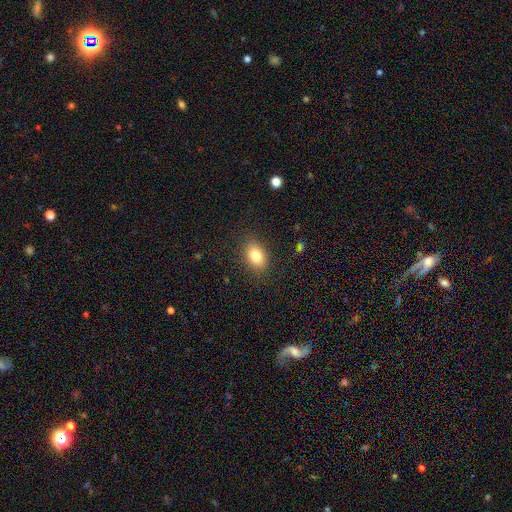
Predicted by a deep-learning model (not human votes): This appears to be a smooth galaxy with no disk features (80%) that is in between round and cigar-shaped (76%). Merging: none (86%).